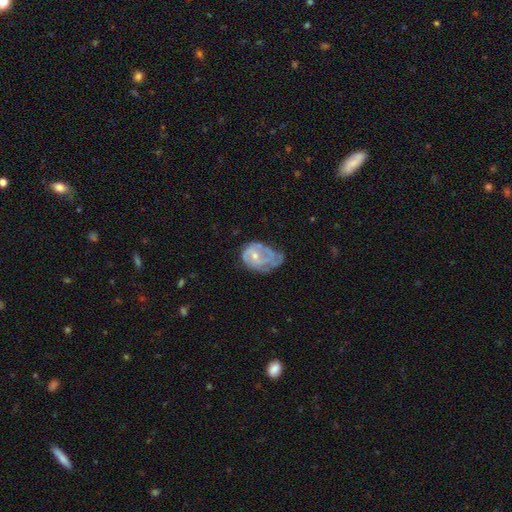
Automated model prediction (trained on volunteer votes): A featured or disk galaxy (69%) with no bar (65%), spiral arms (69%) and a small central bulge (54%).

Vote fractions:
- Smooth or featured? featured or disk: 69% / smooth: 25% / star or artifact: 7%
- Edge-on disk? no: 97% / yes: 3%
- Bar? no: 65% / weak: 29% / strong: 5%
- Spiral arms? yes: 69% / no: 31%
- Bulge size? small: 54% / moderate: 41% / none: 3% / large: 1% / dominant: 1%
- Merging? major disturbance: 36% / minor disturbance: 33% / none: 28% / merger: 3%